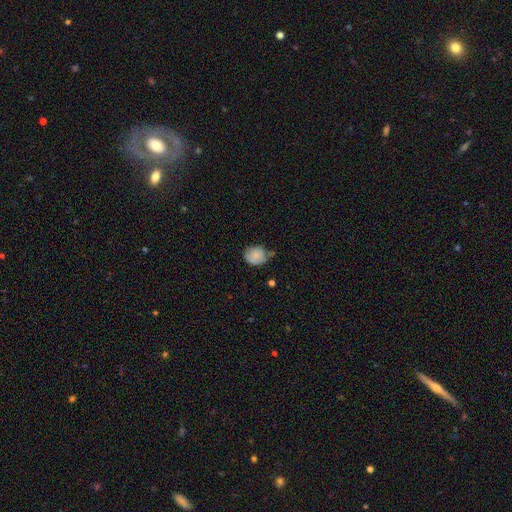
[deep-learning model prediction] The model was most divided on "merging": none: 44%, minor disturbance: 39%, major disturbance: 11%, merger: 6%. More confident: smooth or featured — smooth (74%); how rounded — round (59%).